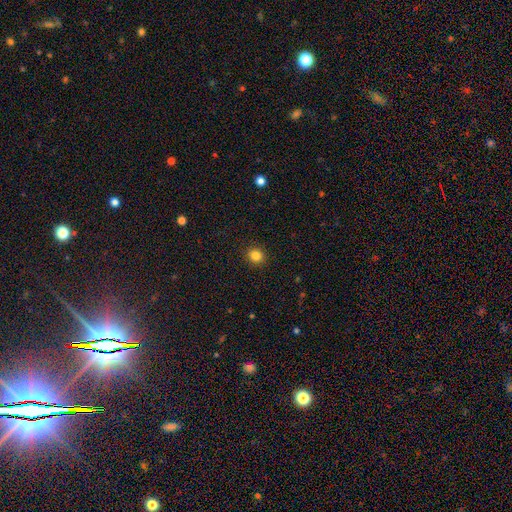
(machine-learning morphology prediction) The model was most divided on "smooth or featured": smooth: 83%, star or artifact: 12%, featured or disk: 5%. More confident: merging — none (92%); how rounded — round (86%).